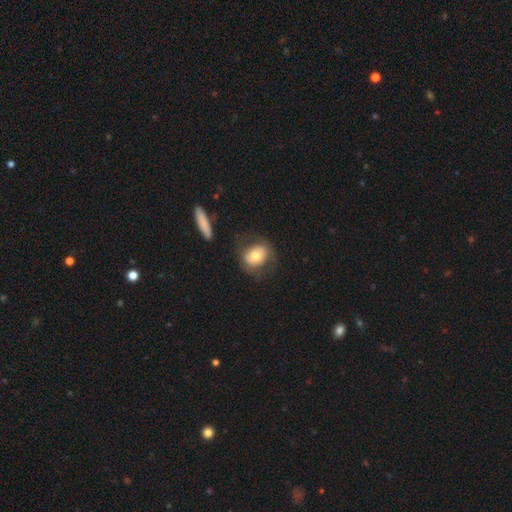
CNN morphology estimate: This is likely a smooth galaxy (63%). How rounded: possibly round (56%). Merging: likely none (65%).